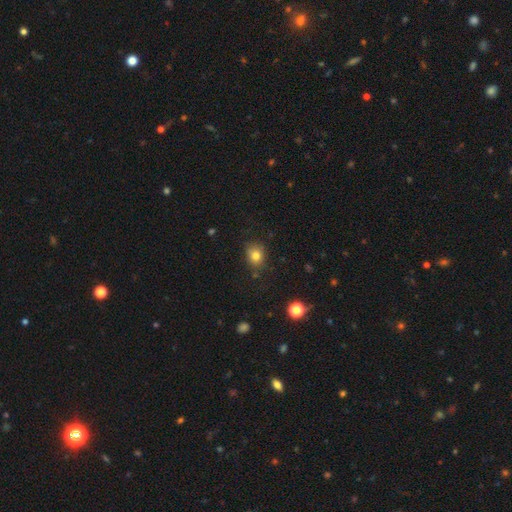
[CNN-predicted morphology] smooth 79%, star or artifact 12%, featured or disk 8%. Down the decision tree: how rounded — round (60%); merging — none (77%).